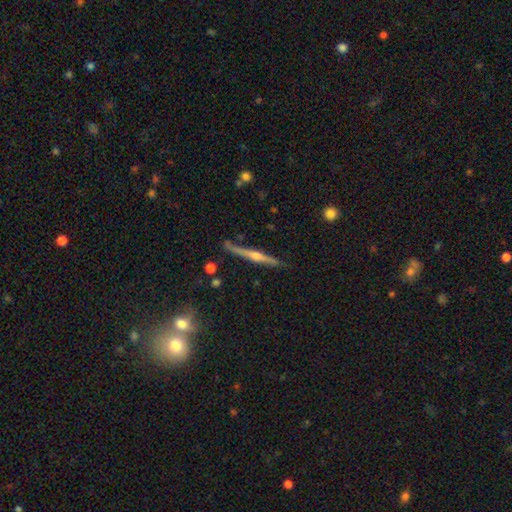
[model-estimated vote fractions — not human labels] Smooth or featured?
  - featured or disk: 75% *
  - smooth: 18%
  - star or artifact: 6%
Edge-on disk?
  - yes: 98% *
  - no: 2%
Edge-on bulge?
  - rounded: 85% *
  - none: 9%
  - boxy: 6%
Merging?
  - none: 83% *
  - minor disturbance: 12%
  - merger: 2%
  - major disturbance: 2%